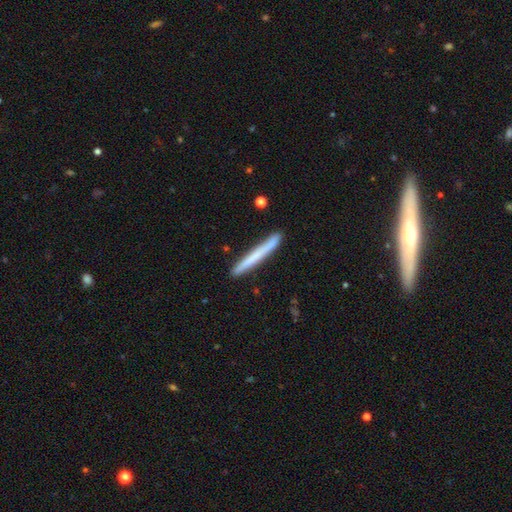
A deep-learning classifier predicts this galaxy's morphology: This is possibly a smooth galaxy (60%). How rounded: clearly cigar-shaped (97%). Merging: clearly none (89%).